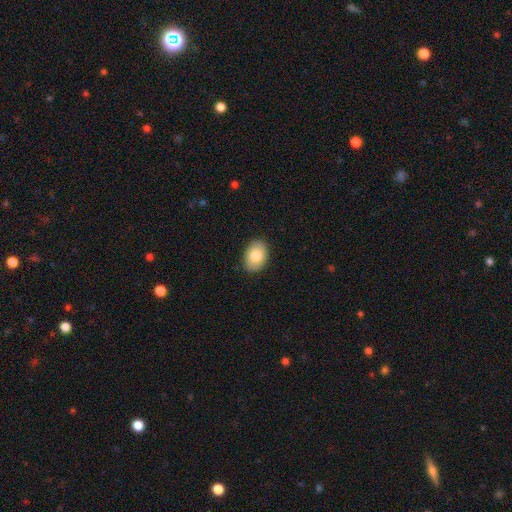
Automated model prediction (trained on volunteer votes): This appears to be a smooth galaxy with no disk features (82%) that is in between round and cigar-shaped (83%). Merging: none (89%).